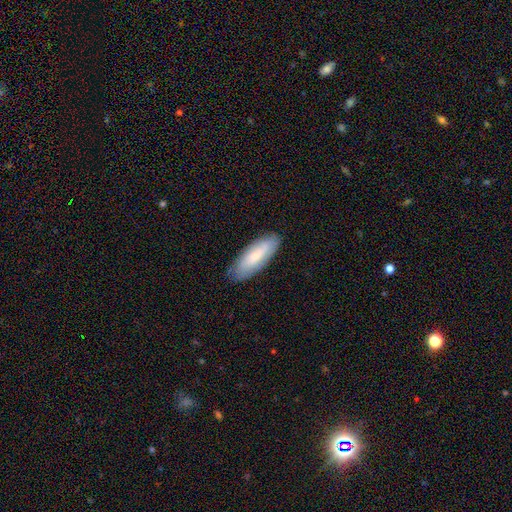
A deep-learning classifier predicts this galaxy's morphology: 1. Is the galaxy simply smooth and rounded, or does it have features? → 63% smooth, 31% featured or disk, 6% star or artifact.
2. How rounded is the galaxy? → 65% in between, 33% cigar-shaped, 2% round.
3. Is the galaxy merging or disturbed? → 84% none, 12% minor disturbance, 2% major disturbance, 1% merger.